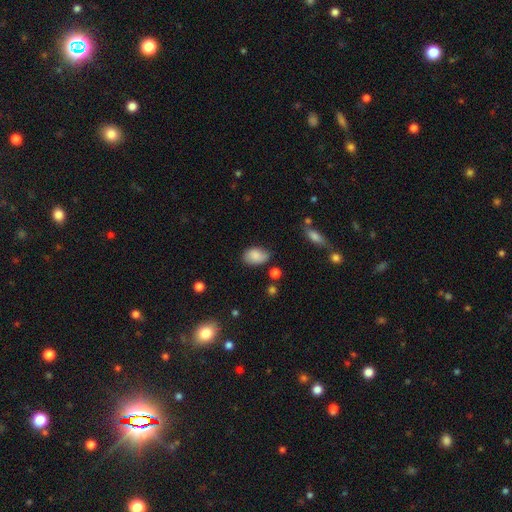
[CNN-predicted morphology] Smooth or featured? Predicted: smooth (p=0.83). How rounded? Predicted: in between (p=0.87). Merging? Predicted: none (p=0.68).